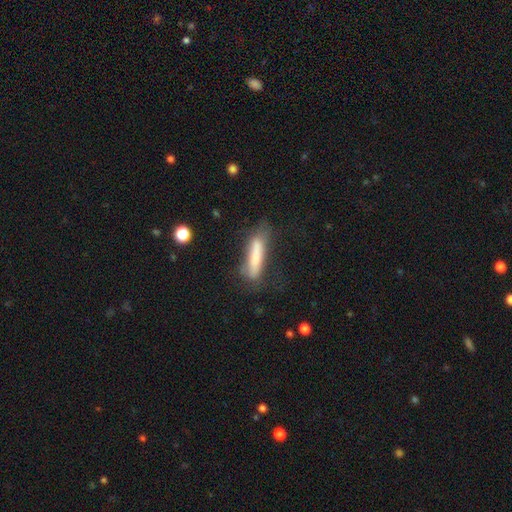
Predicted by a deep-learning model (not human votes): smooth-or-featured: smooth: 73% | featured or disk: 20% | star or artifact: 7%
  how-rounded: cigar-shaped: 82% | in between: 16% | round: 2%
  merging: none: 62% | minor disturbance: 23% | major disturbance: 11% | merger: 3%